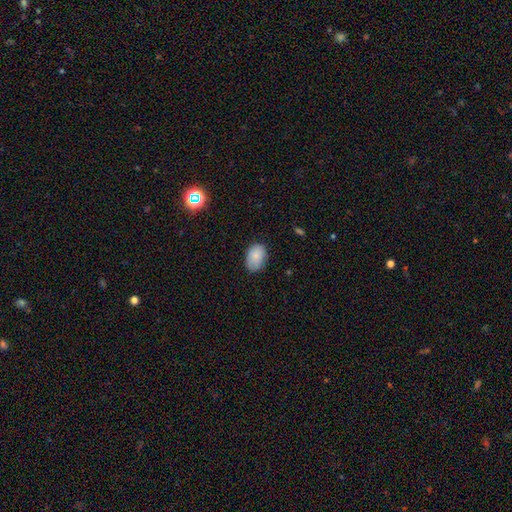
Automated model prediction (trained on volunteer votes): This appears to be a smooth galaxy with no disk features (84%) that is in between round and cigar-shaped (86%). Merging: none (77%).